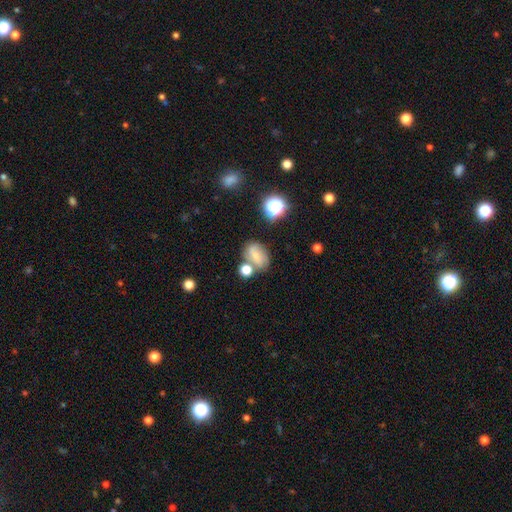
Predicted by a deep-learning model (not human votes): smooth-or-featured: smooth: 54% | featured or disk: 30% | star or artifact: 16%
  how-rounded: in between: 63% | round: 35% | cigar-shaped: 2%
  merging: none: 57% | merger: 19% | minor disturbance: 17% | major disturbance: 7%